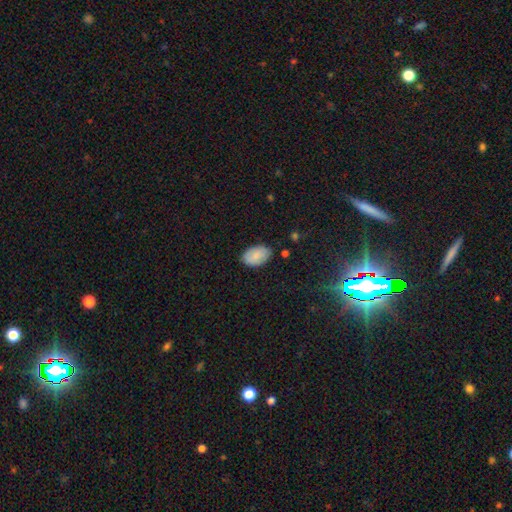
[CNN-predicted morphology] A smooth galaxy with no disk features (82%) that is in between round and cigar-shaped (92%).

Vote fractions:
- Smooth or featured? smooth: 82% / featured or disk: 11% / star or artifact: 7%
- How rounded? in between: 92% / round: 7% / cigar-shaped: 1%
- Merging? none: 80% / minor disturbance: 15% / major disturbance: 3% / merger: 2%